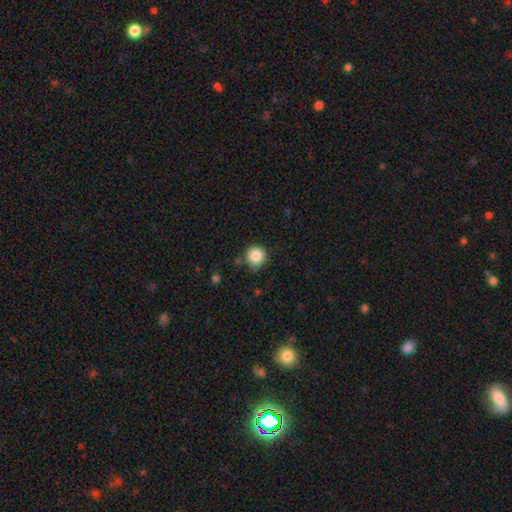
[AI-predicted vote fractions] This appears to be a smooth galaxy with no disk features (85%) that is round (94%). Merging: none (80%).